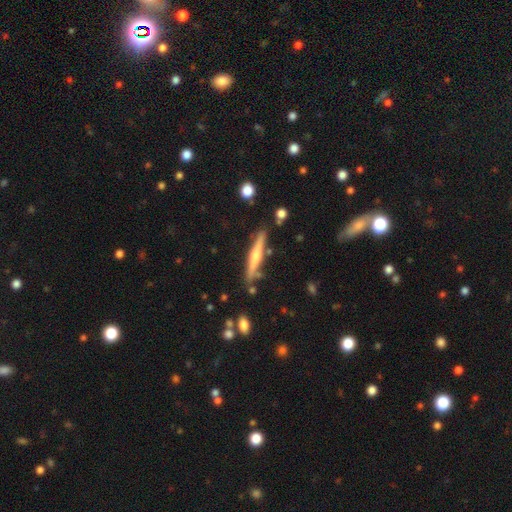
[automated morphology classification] smooth-or-featured: featured or disk: 63% | smooth: 31% | star or artifact: 6%
  disk-edge-on: yes: 96% | no: 4%
    edge-on-bulge: rounded: 77% | none: 15% | boxy: 8%
  merging: none: 81% | minor disturbance: 12% | merger: 4% | major disturbance: 2%